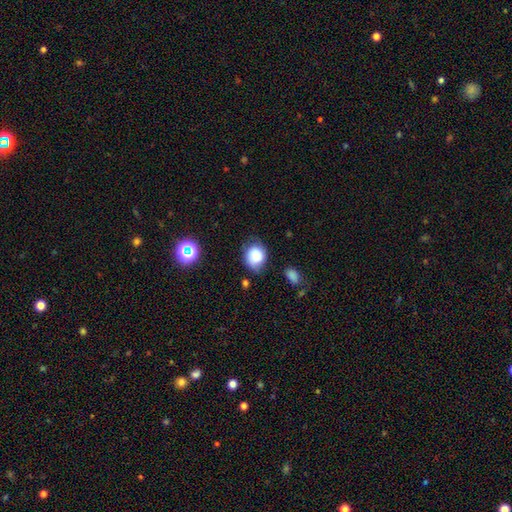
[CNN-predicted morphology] A smooth galaxy with no disk features (78%) that is round (61%).

Vote fractions:
- Smooth or featured? smooth: 78% / featured or disk: 12% / star or artifact: 11%
- How rounded? round: 61% / in between: 38% / cigar-shaped: 1%
- Merging? none: 61% / minor disturbance: 28% / major disturbance: 8% / merger: 3%